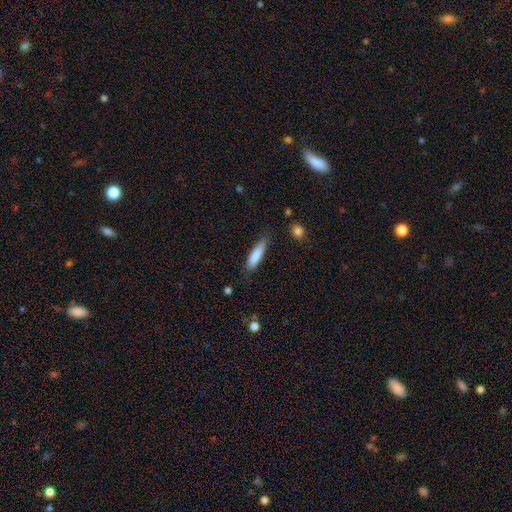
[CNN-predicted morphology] This is clearly a smooth galaxy (84%). How rounded: likely cigar-shaped (73%). Merging: likely none (75%).